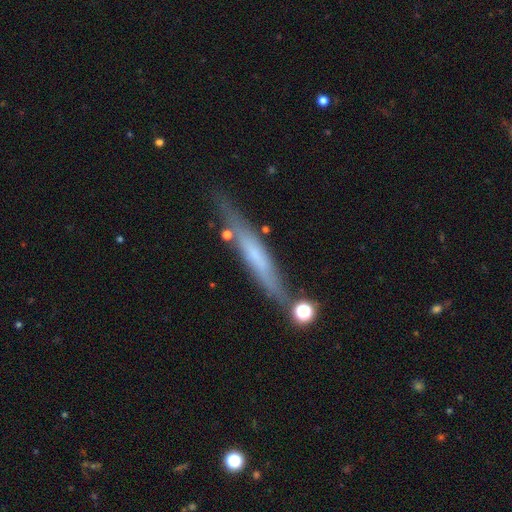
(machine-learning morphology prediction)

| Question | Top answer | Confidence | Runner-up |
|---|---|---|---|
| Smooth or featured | featured or disk | 51% | smooth (40%) |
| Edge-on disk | yes | 87% | no (13%) |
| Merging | none | 74% | minor disturbance (16%) |